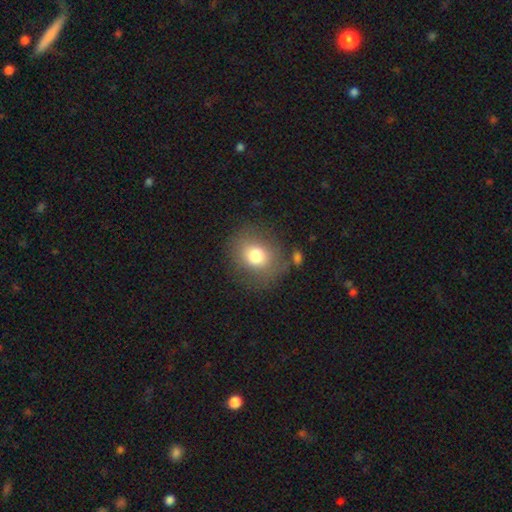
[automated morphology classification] type=smooth (75%); roundness=round (71%); merging=none (75%).